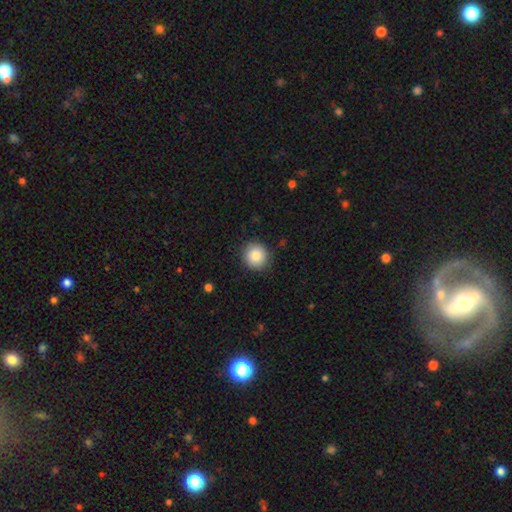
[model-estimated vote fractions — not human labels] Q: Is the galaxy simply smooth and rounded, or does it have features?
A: smooth — 87%.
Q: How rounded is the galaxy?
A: round — 92%.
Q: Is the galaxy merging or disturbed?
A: none — 89%.